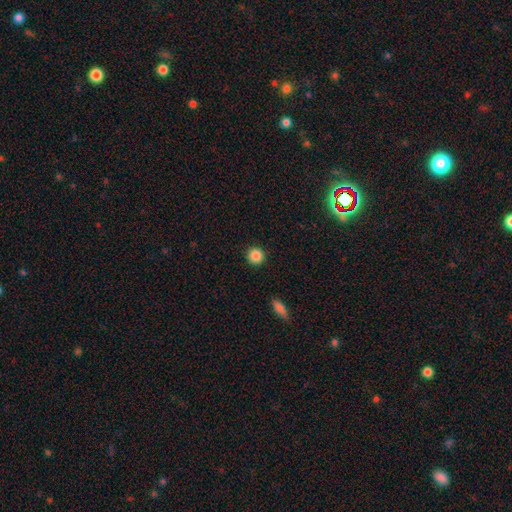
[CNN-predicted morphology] Overall: smooth (87%). How rounded: round (95%). Merging: none (92%).